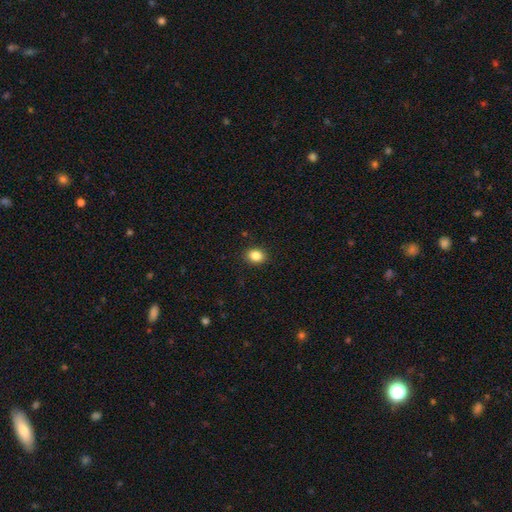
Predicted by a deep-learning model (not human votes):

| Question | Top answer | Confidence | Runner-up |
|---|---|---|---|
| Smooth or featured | smooth | 85% | star or artifact (10%) |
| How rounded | round | 50% | in between (49%) |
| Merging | none | 90% | minor disturbance (7%) |